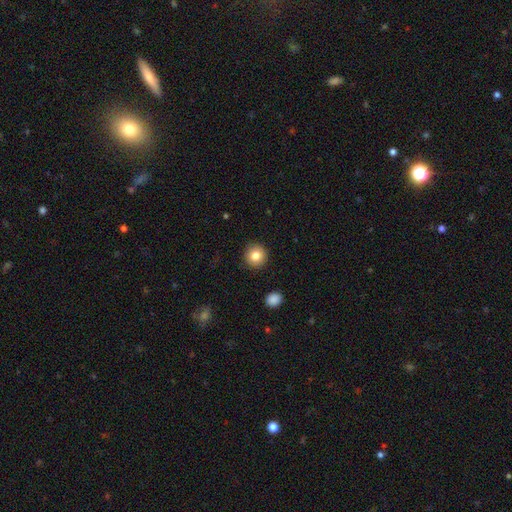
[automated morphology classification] Q: Smooth or featured?
A: smooth (82%); runner-up: star or artifact (10%)
Q: How rounded?
A: round (94%); runner-up: in between (5%)
Q: Merging?
A: none (92%); runner-up: minor disturbance (5%)